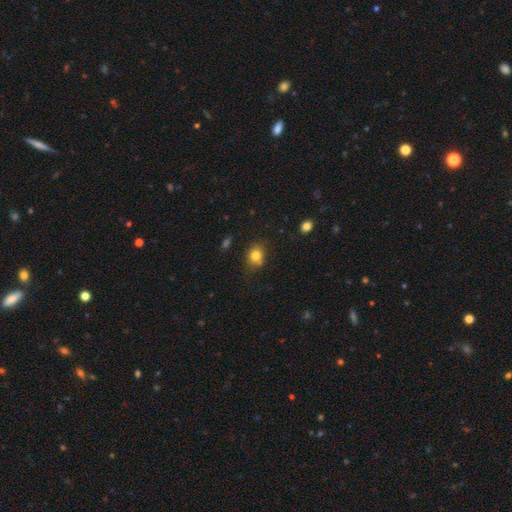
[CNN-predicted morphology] Smooth or featured: smooth — 80% (star or artifact — 12%)
How rounded: round — 62% (in between — 37%)
Merging: none — 73% (minor disturbance — 20%)